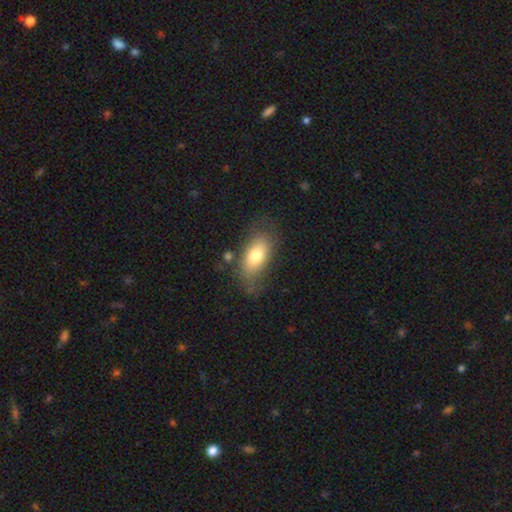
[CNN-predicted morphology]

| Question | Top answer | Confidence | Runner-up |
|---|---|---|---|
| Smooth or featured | smooth | 71% | featured or disk (21%) |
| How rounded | in between | 88% | cigar-shaped (6%) |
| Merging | none | 63% | minor disturbance (23%) |